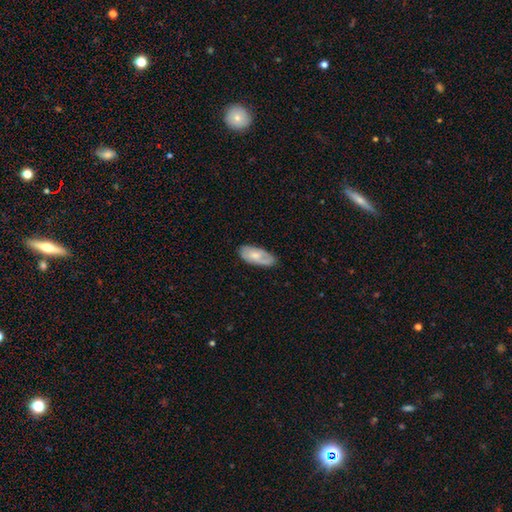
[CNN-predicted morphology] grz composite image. It shows a smooth galaxy with no disk features (54%) that is in between round and cigar-shaped (88%). Merging: none (72%).